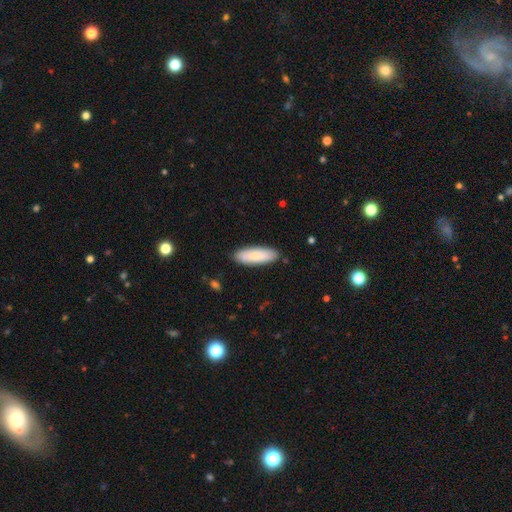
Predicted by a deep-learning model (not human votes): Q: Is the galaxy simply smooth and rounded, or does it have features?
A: smooth — 80%.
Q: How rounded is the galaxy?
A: in between — 62%.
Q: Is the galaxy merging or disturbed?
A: none — 86%.